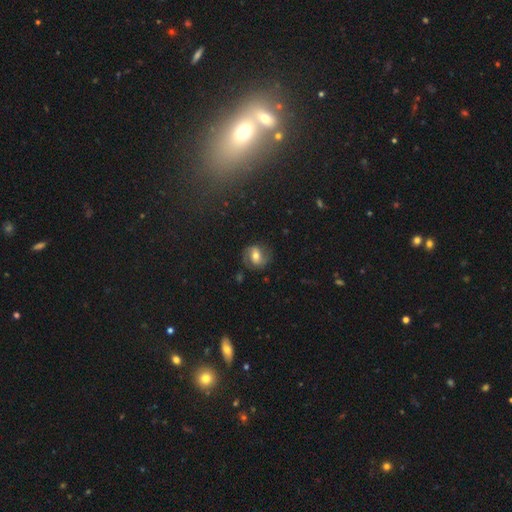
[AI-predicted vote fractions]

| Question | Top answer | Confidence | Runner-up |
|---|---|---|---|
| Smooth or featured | featured or disk | 56% | smooth (33%) |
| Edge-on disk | no | 96% | yes (4%) |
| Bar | weak | 40% | no (32%) |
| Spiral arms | yes | 81% | no (19%) |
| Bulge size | moderate | 70% | small (18%) |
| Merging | none | 74% | minor disturbance (17%) |